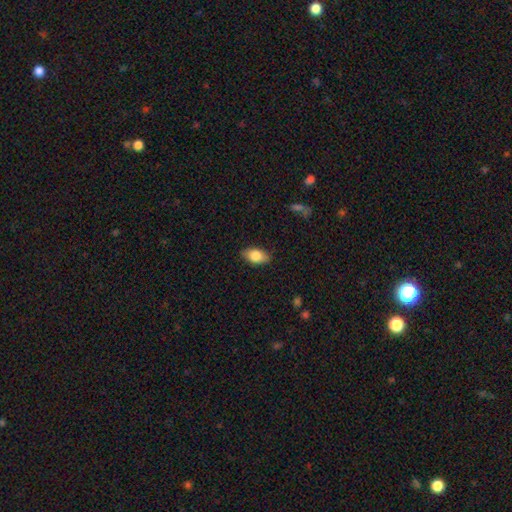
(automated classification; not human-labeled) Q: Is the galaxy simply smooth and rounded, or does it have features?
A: smooth — 82%.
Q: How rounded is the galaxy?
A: in between — 90%.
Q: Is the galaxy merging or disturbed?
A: none — 85%.